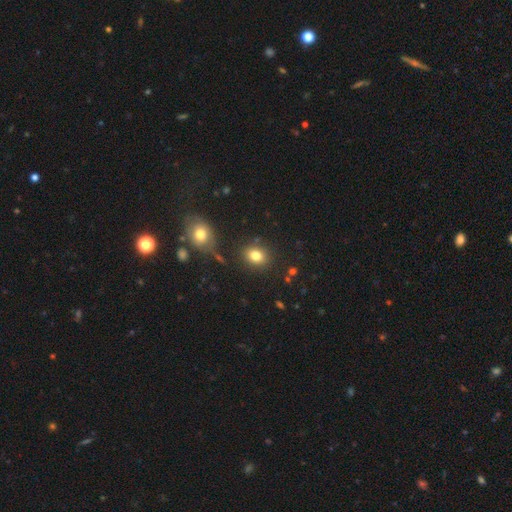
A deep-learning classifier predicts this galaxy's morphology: This is clearly a smooth galaxy (81%). How rounded: possibly in between (51%). Merging: clearly none (82%).